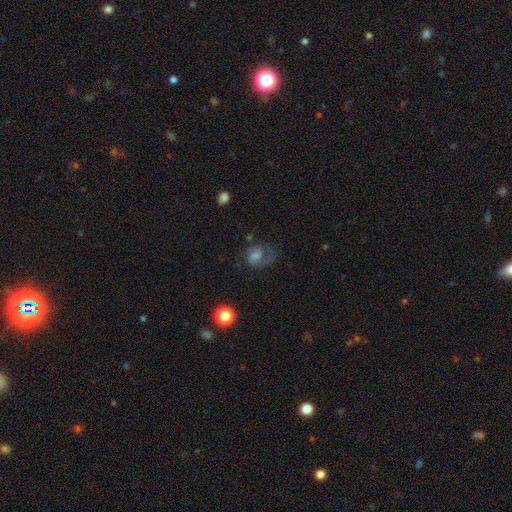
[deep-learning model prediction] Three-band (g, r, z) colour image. It shows a featured or disk galaxy (54%) with no bar (51%), spiral arms (80%) and a small central bulge (36%). Merging: none (51%).